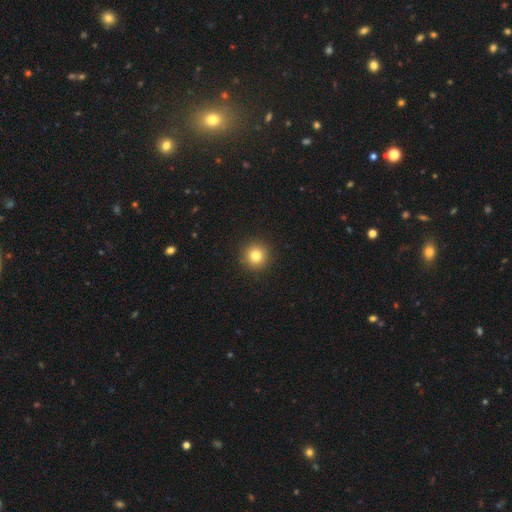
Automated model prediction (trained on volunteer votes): Smooth or featured: smooth — 81% (star or artifact — 12%)
How rounded: round — 95% (in between — 4%)
Merging: none — 93% (minor disturbance — 5%)